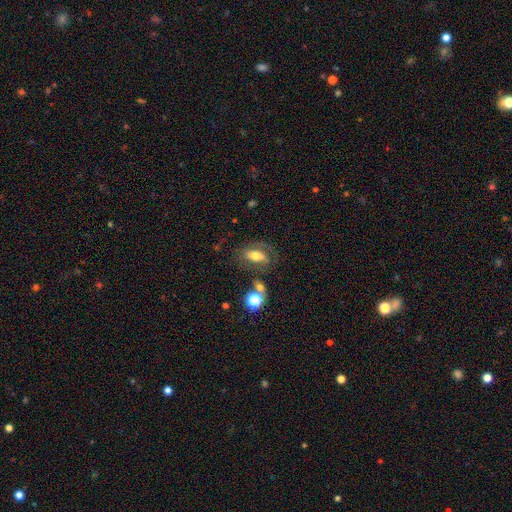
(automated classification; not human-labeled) Morphology: type=smooth (45%); merging=none (58%).